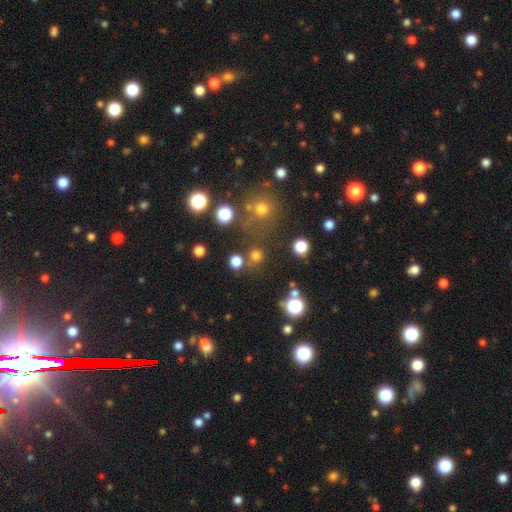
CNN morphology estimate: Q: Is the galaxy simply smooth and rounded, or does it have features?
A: smooth — 70%.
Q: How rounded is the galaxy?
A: round — 92%.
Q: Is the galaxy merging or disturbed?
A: none — 75%.